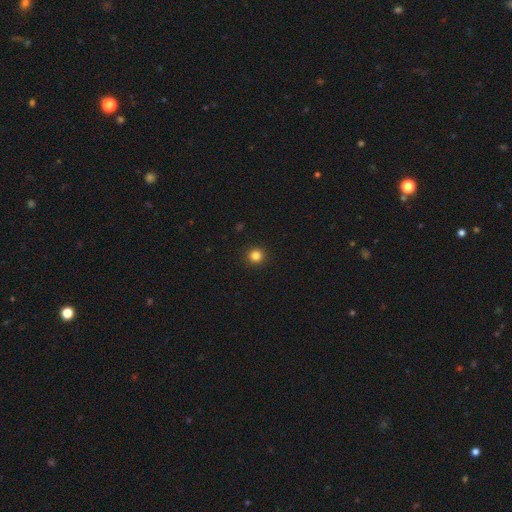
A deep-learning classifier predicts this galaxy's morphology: A smooth galaxy with no disk features (83%) that is round (95%).

Vote fractions:
- Smooth or featured? smooth: 83% / star or artifact: 13% / featured or disk: 4%
- How rounded? round: 95% / in between: 4% / cigar-shaped: 1%
- Merging? none: 93% / minor disturbance: 4% / major disturbance: 2% / merger: 1%